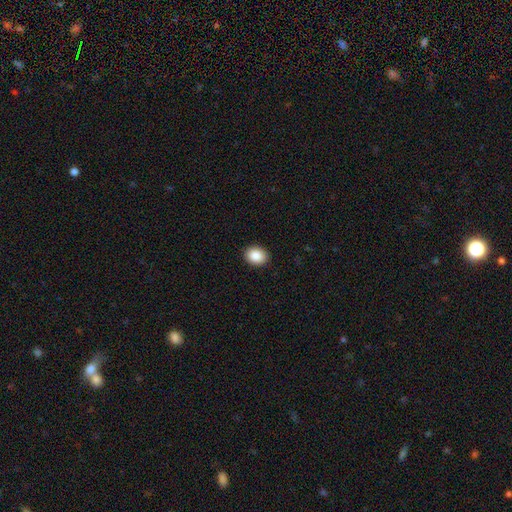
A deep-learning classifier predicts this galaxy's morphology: A smooth galaxy with no disk features (89%) that is in between round and cigar-shaped (54%). Merging: none (90%).